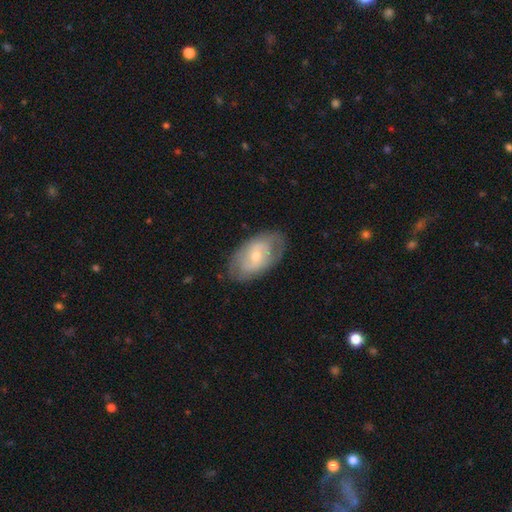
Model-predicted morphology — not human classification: Smooth or featured: featured or disk — 56% (smooth — 38%)
Edge-on disk: no — 92% (yes — 8%)
Bar: no — 58% (weak — 32%)
Spiral arms: yes — 56% (no — 44%)
Bulge size: small — 52% (moderate — 44%)
Merging: none — 76% (minor disturbance — 17%)